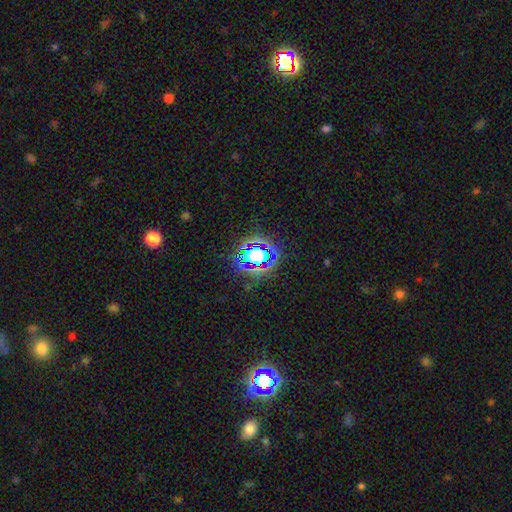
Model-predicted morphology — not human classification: Overall: star or artifact (62%; smooth 26%).